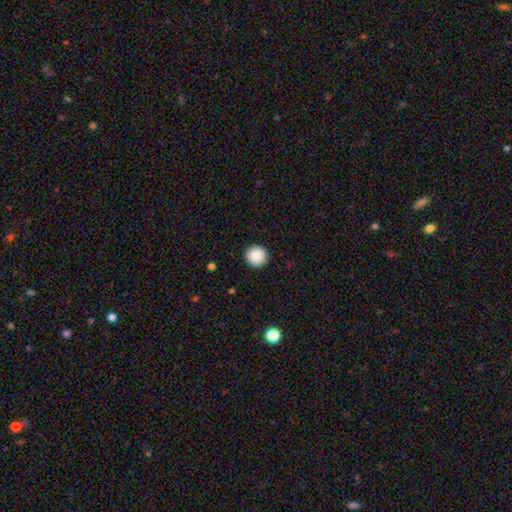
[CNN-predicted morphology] smooth-or-featured: smooth: 88% | star or artifact: 8% | featured or disk: 4%
  how-rounded: round: 96% | in between: 3% | cigar-shaped: 1%
  merging: none: 93% | minor disturbance: 5% | major disturbance: 2% | merger: 1%